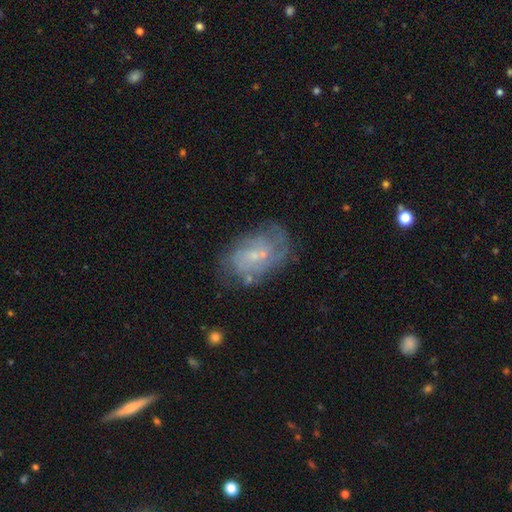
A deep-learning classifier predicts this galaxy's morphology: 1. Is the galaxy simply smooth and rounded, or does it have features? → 66% featured or disk, 22% smooth, 12% star or artifact.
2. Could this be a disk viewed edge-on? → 96% no, 4% yes.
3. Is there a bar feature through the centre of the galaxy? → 48% no, 44% weak, 9% strong.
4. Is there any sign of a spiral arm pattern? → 81% yes, 19% no.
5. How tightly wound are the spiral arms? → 44% tight, 38% medium, 18% loose.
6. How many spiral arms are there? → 48% can't tell, 25% 2, 12% 3, 7% 4, 5% 1, 4% more than 4.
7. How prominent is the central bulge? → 68% small, 20% moderate, 10% none, 1% large, 1% dominant.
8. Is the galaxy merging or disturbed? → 68% none, 20% minor disturbance, 9% major disturbance, 3% merger.